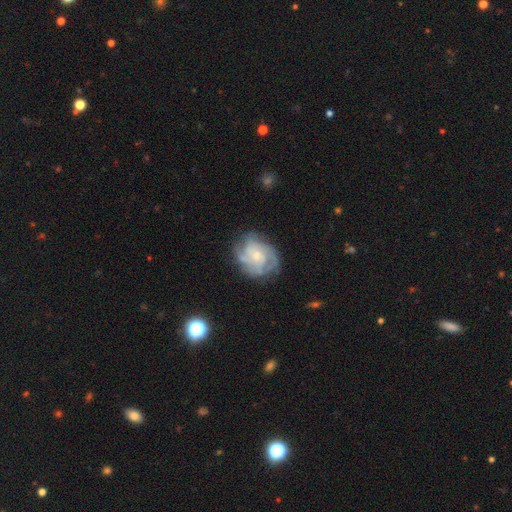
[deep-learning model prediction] Smooth or featured?
  - featured or disk: 79% *
  - smooth: 15%
  - star or artifact: 6%
Edge-on disk?
  - no: 98% *
  - yes: 2%
Bar?
  - no: 72% *
  - weak: 25%
  - strong: 4%
Spiral arms?
  - yes: 92% *
  - no: 8%
Spiral winding?
  - tight: 53% *
  - medium: 36%
  - loose: 10%
Spiral arm count?
  - can't tell: 31% *
  - 3: 28%
  - 4: 17%
  - 2: 14%
  - more than 4: 5%
  - 1: 5%
Bulge size?
  - small: 55% *
  - moderate: 34%
  - none: 7%
  - large: 3%
  - dominant: 1%
Merging?
  - none: 67% *
  - minor disturbance: 21%
  - major disturbance: 10%
  - merger: 2%